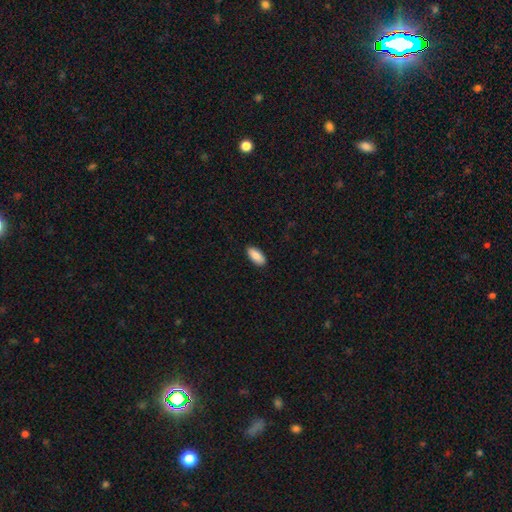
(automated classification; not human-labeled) Smooth or featured: smooth — 87% (featured or disk — 7%)
How rounded: in between — 89% (cigar-shaped — 9%)
Merging: none — 88% (minor disturbance — 9%)